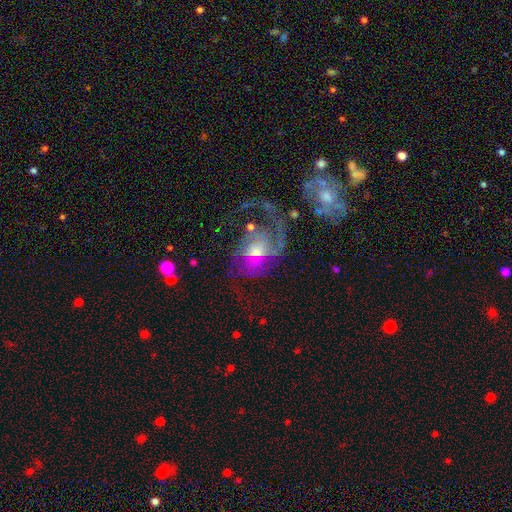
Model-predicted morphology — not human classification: smooth_or_featured: featured or disk (p=0.82) [alt: smooth p=0.10]
disk_edge_on: no (p=0.97) [alt: yes p=0.03]
bar: no (p=0.54) [alt: weak p=0.38]
has_spiral_arms: yes (p=0.90) [alt: no p=0.10]
spiral_winding: medium (p=0.43) [alt: loose p=0.36]
spiral_arm_count: 2 (p=0.34) [alt: 1 p=0.33]
bulge_size: small (p=0.51) [alt: moderate p=0.39]
merging: major disturbance (p=0.40) [alt: none p=0.35]